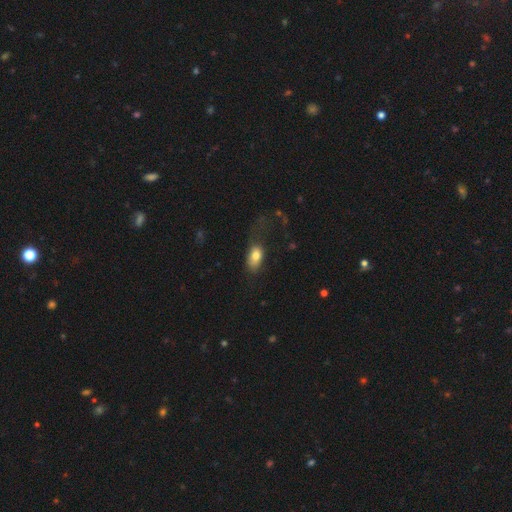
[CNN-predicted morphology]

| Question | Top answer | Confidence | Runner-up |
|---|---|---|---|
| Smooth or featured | smooth | 79% | featured or disk (13%) |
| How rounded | in between | 89% | round (8%) |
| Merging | none | 38% | major disturbance (34%) |